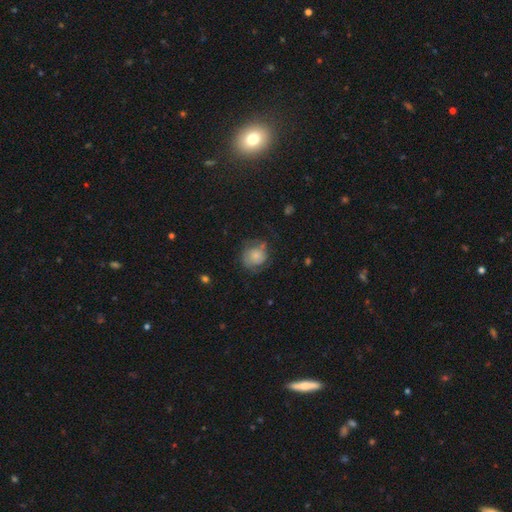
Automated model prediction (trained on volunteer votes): Smooth or featured? Predicted: smooth (p=0.55). How rounded? Predicted: round (p=0.77). Merging? Predicted: none (p=0.51).